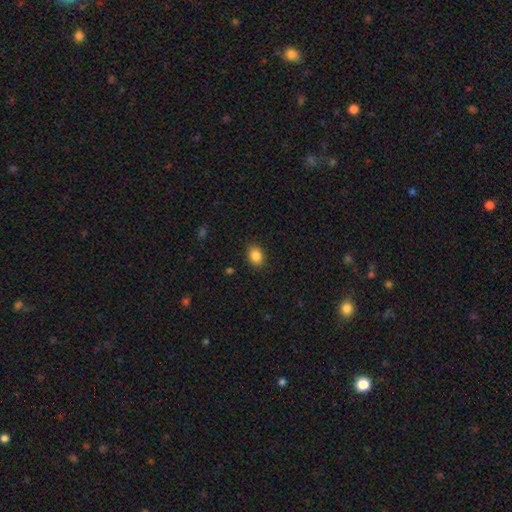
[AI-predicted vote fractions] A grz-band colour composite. It shows a smooth galaxy with no disk features (86%) that is in between round and cigar-shaped (63%). Merging: none (87%).